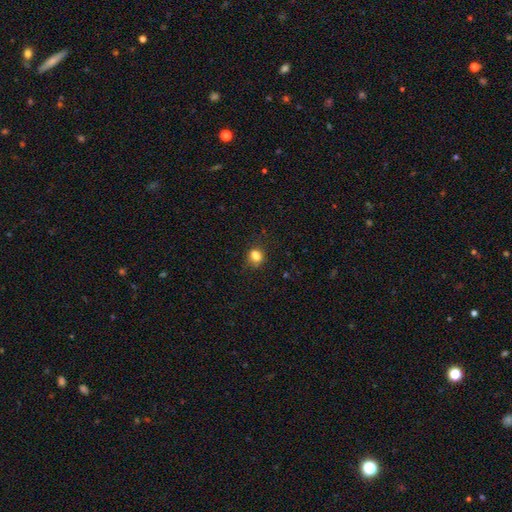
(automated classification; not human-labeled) A smooth galaxy with no disk features (79%) that is round (59%).

Vote fractions:
- Smooth or featured? smooth: 79% / star or artifact: 13% / featured or disk: 8%
- How rounded? round: 59% / in between: 40% / cigar-shaped: 1%
- Merging? none: 61% / minor disturbance: 20% / merger: 12% / major disturbance: 7%